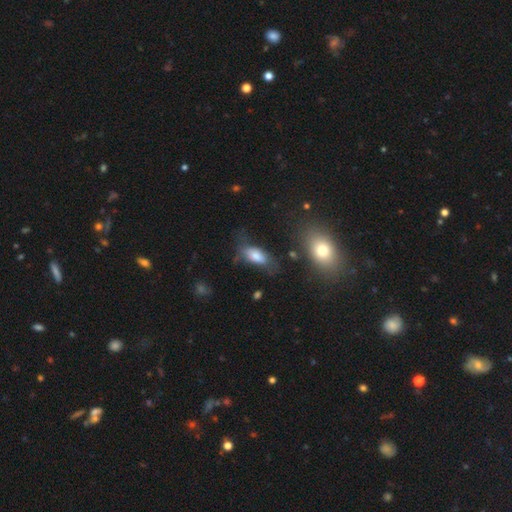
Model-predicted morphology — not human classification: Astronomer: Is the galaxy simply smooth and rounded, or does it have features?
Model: smooth — 71%.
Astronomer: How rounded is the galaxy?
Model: in between — 85%.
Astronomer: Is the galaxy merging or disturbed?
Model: none — 51% (runner-up: minor disturbance, 27%).